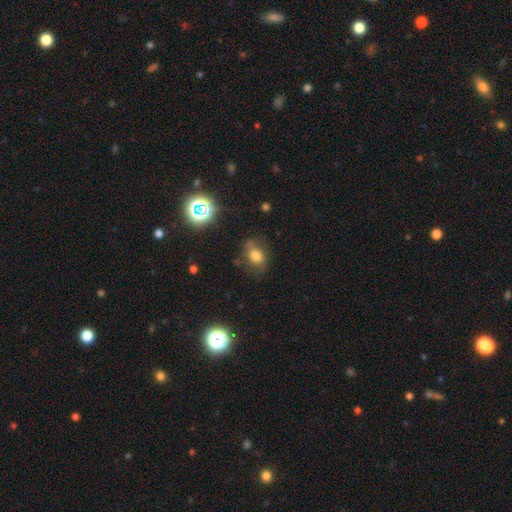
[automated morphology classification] Smooth or featured? smooth (71%)
How rounded? in between (58%)
Merging? none (66%)